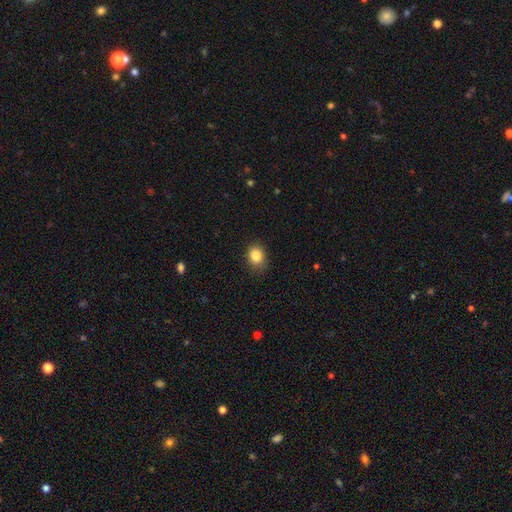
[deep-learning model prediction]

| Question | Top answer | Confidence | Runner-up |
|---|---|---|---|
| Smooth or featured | smooth | 84% | star or artifact (10%) |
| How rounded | round | 57% | in between (42%) |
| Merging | none | 82% | minor disturbance (14%) |